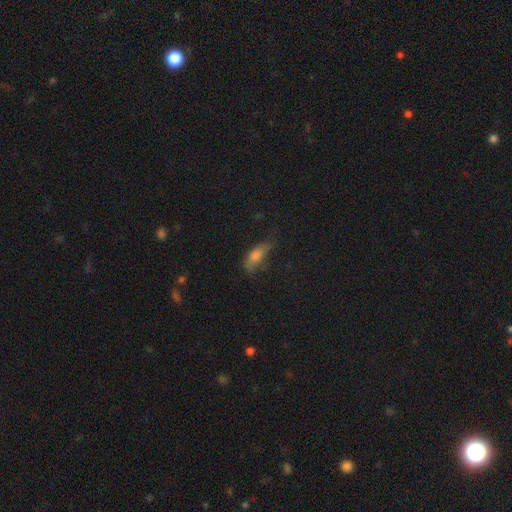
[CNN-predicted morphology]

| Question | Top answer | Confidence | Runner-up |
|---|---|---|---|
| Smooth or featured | smooth | 66% | featured or disk (21%) |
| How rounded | in between | 68% | cigar-shaped (27%) |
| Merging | none | 46% | minor disturbance (33%) |